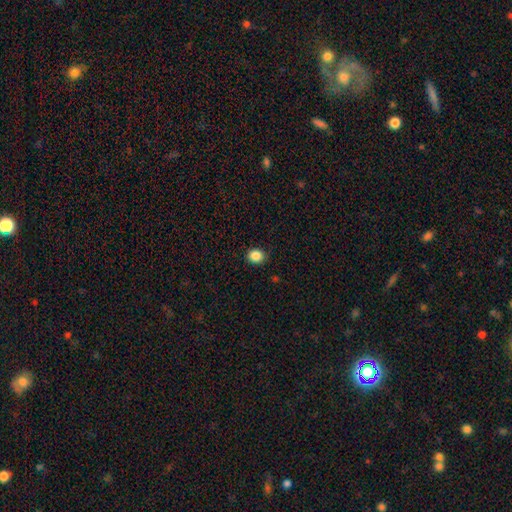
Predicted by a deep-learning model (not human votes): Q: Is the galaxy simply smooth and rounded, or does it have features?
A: smooth — 87%.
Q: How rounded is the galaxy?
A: round — 75%.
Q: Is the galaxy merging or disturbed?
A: none — 90%.